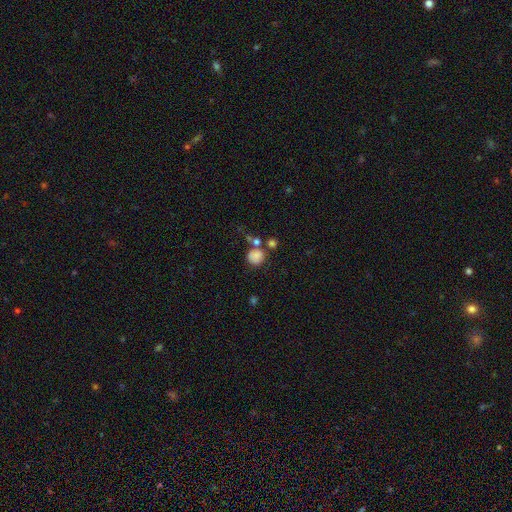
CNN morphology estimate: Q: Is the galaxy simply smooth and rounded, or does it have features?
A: smooth — 80%.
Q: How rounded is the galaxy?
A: round — 81%.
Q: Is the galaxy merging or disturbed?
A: none — 53%.